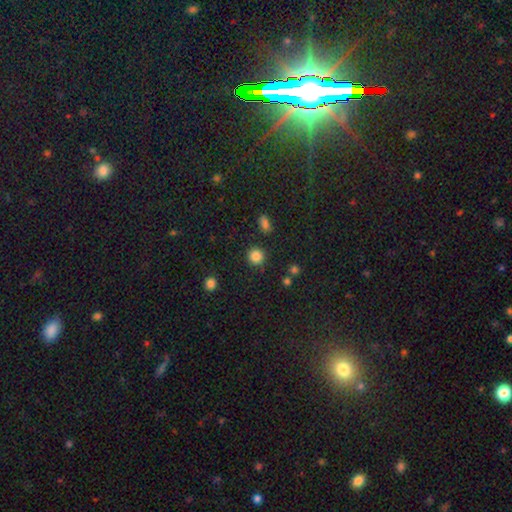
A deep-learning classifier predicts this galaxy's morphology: type=smooth (85%); roundness=round (93%); merging=none (89%).